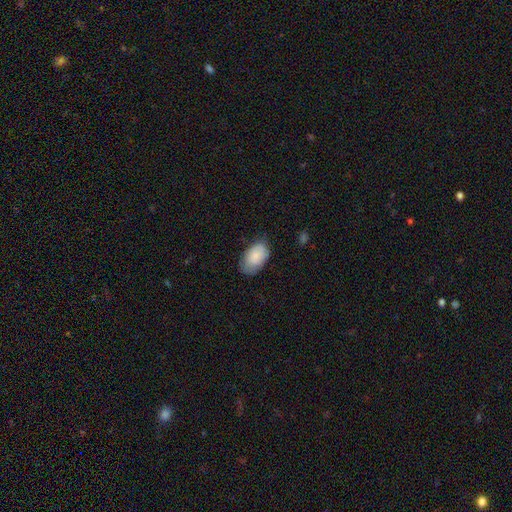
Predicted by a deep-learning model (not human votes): smooth-or-featured: smooth: 84% | featured or disk: 10% | star or artifact: 6%
  how-rounded: in between: 94% | round: 5% | cigar-shaped: 1%
  merging: none: 69% | minor disturbance: 25% | major disturbance: 5% | merger: 1%